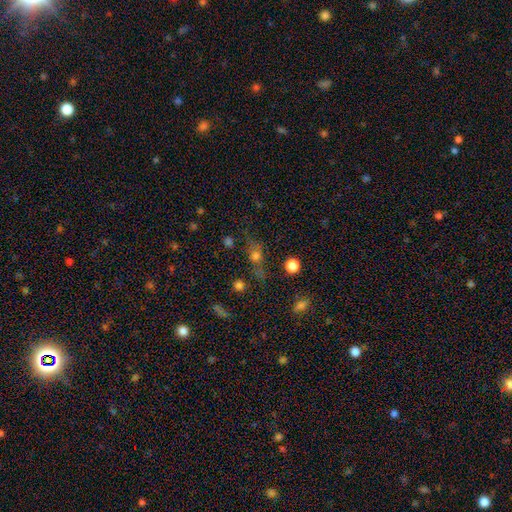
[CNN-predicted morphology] Q: Smooth or featured?
A: smooth (56%); runner-up: star or artifact (22%)
Q: How rounded?
A: round (49%); runner-up: in between (36%)
Q: Merging?
A: none (65%); runner-up: minor disturbance (17%)